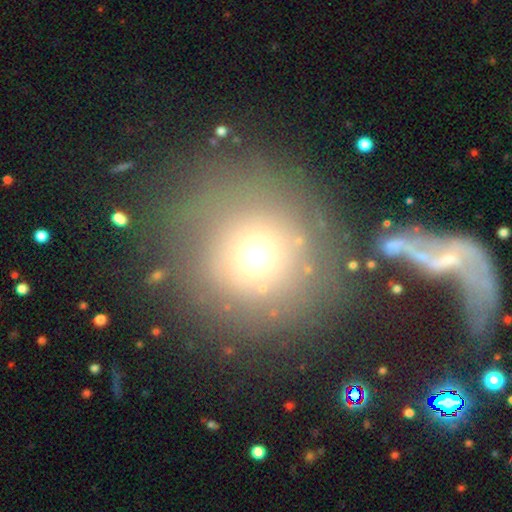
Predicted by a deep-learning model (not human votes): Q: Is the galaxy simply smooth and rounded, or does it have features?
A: smooth — 64%.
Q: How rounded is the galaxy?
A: round — 93%.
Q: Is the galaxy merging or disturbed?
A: none — 71%.